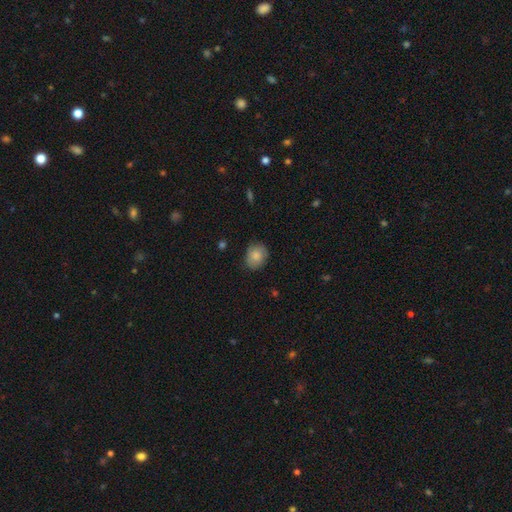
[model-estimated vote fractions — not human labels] A smooth galaxy with no disk features (83%) that is round (59%).

Vote fractions:
- Smooth or featured? smooth: 83% / featured or disk: 10% / star or artifact: 7%
- How rounded? round: 59% / in between: 40% / cigar-shaped: 1%
- Merging? none: 79% / minor disturbance: 17% / major disturbance: 3% / merger: 1%